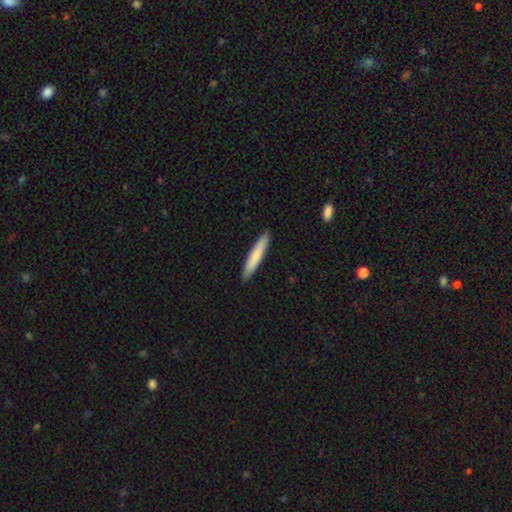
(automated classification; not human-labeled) smooth 79%, featured or disk 16%, star or artifact 5%. Down the decision tree: how rounded — cigar-shaped (93%); merging — none (91%).